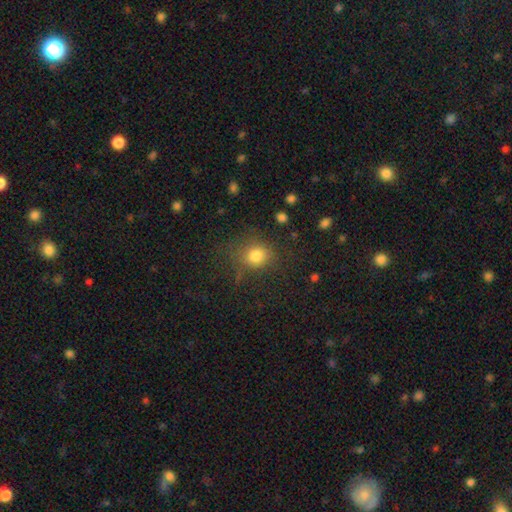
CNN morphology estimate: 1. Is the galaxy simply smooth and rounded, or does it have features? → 78% smooth, 15% star or artifact, 7% featured or disk.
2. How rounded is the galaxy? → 74% round, 25% in between, 1% cigar-shaped.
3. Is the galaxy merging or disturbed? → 74% none, 16% minor disturbance, 8% major disturbance, 3% merger.